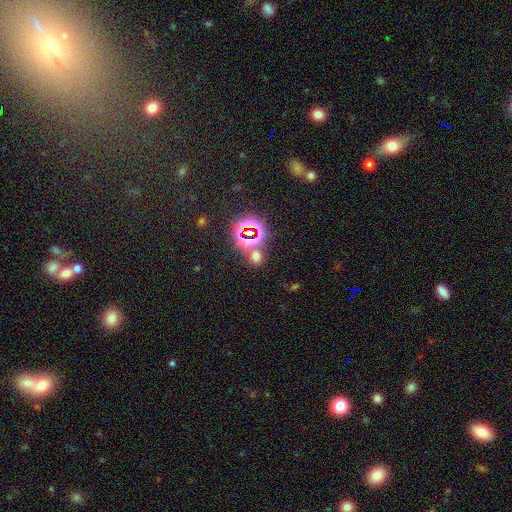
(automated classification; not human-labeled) smooth 49%, star or artifact 44%, featured or disk 7%. Down the decision tree: merging — none (70%).